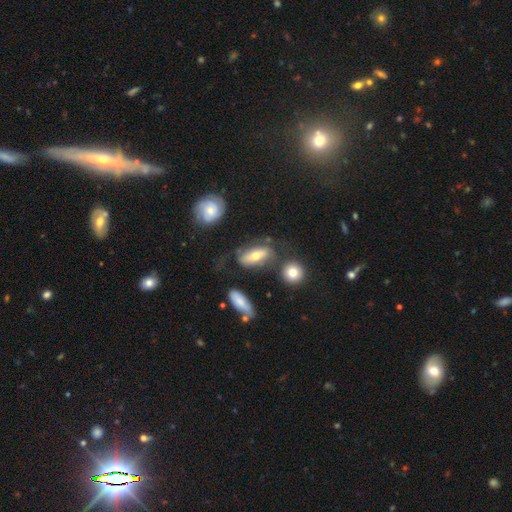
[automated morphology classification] smooth 49%, featured or disk 42%, star or artifact 8%. Down the decision tree: merging — none (51%).